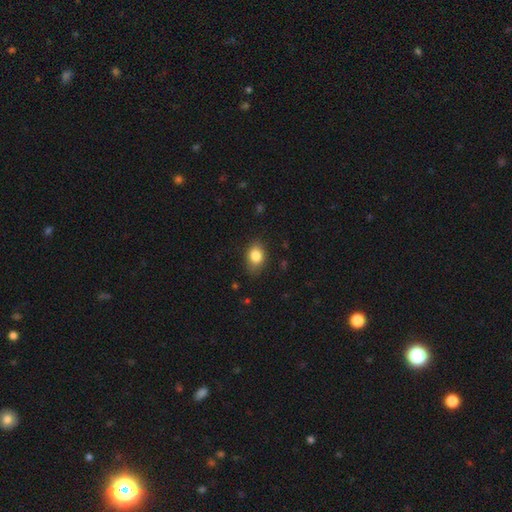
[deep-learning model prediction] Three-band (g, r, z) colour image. It shows a smooth galaxy with no disk features (84%) that is in between round and cigar-shaped (78%). Merging: none (80%).